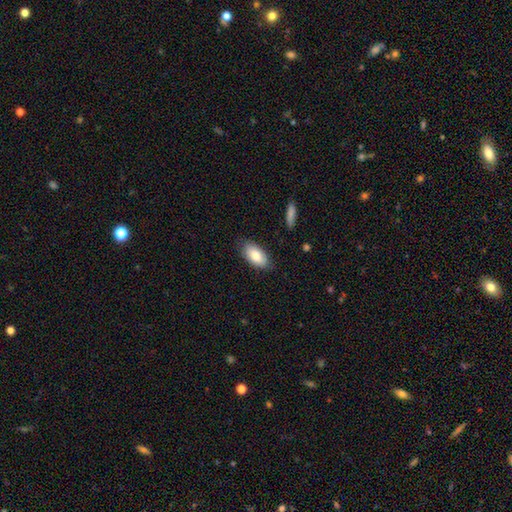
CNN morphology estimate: A smooth galaxy with no disk features (83%) that is in between round and cigar-shaped (93%). Merging: none (81%).